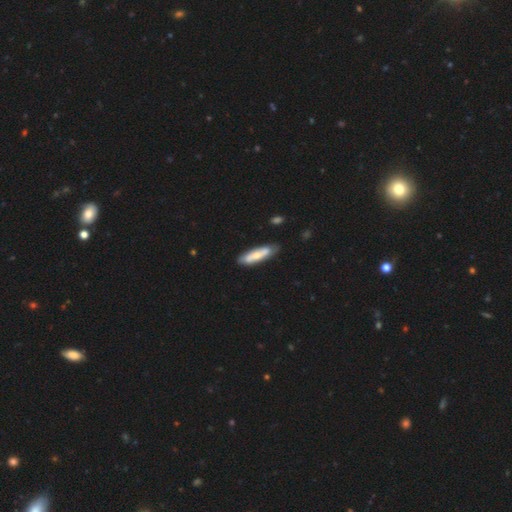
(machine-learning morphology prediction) A smooth galaxy with no disk features (50%) that is cigar-shaped (67%).

Vote fractions:
- Smooth or featured? smooth: 50% / featured or disk: 45% / star or artifact: 5%
- How rounded? cigar-shaped: 67% / in between: 31% / round: 2%
- Merging? none: 77% / minor disturbance: 16% / merger: 4% / major disturbance: 4%